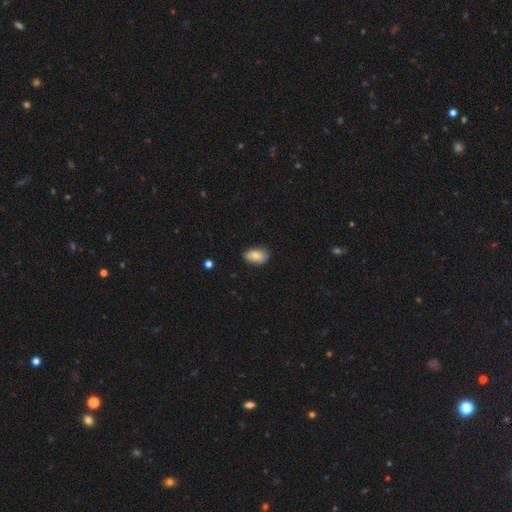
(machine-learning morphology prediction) Smooth or featured? smooth (75%)
How rounded? in between (88%)
Merging? none (78%)